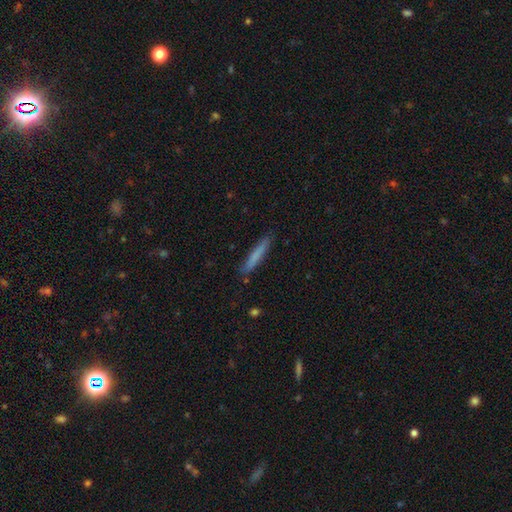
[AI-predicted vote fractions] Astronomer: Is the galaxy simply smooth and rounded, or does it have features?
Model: smooth — 74%.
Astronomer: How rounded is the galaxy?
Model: cigar-shaped — 94%.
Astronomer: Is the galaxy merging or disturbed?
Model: none — 87%.